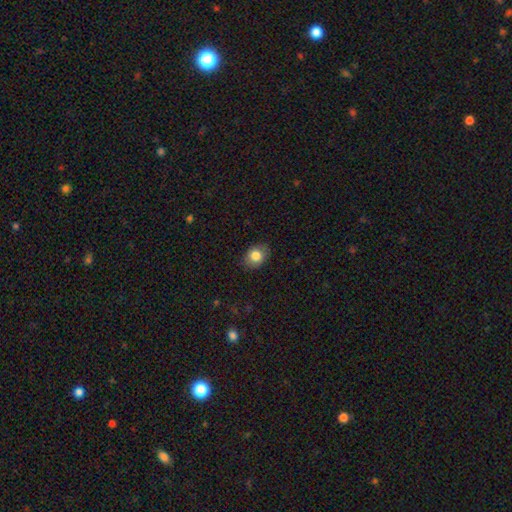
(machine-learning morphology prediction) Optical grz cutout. It shows a smooth galaxy with no disk features (82%) that is in between round and cigar-shaped (56%). Merging: none (82%).